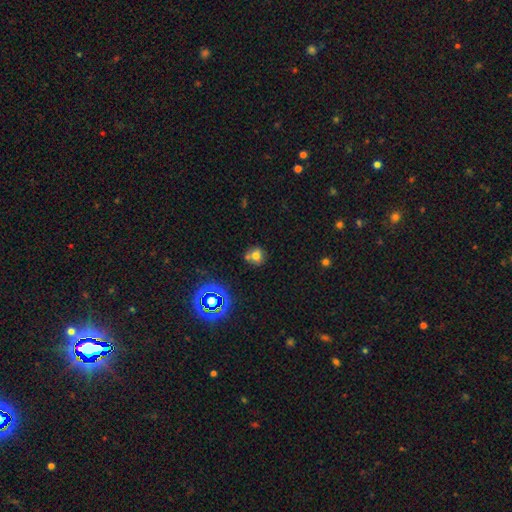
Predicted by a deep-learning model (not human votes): smooth-or-featured: smooth: 67% | star or artifact: 19% | featured or disk: 14%
  how-rounded: round: 79% | in between: 20% | cigar-shaped: 1%
  merging: none: 59% | merger: 25% | minor disturbance: 12% | major disturbance: 4%